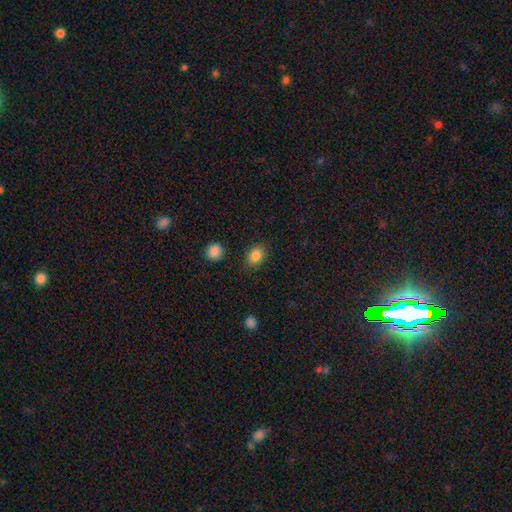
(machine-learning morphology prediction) smooth_or_featured: smooth (p=0.86) [alt: star or artifact p=0.10]
how_rounded: in between (p=0.63) [alt: round p=0.36]
merging: none (p=0.83) [alt: minor disturbance p=0.12]